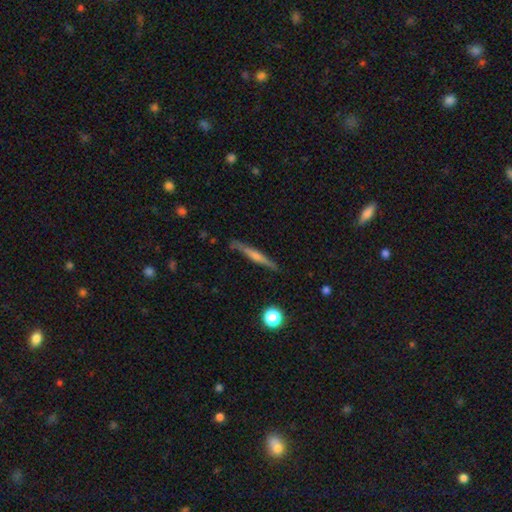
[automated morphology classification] This appears to be a featured or disk galaxy (70%) viewed edge-on (97%) with a rounded central bulge (70%). Merging: none (89%).